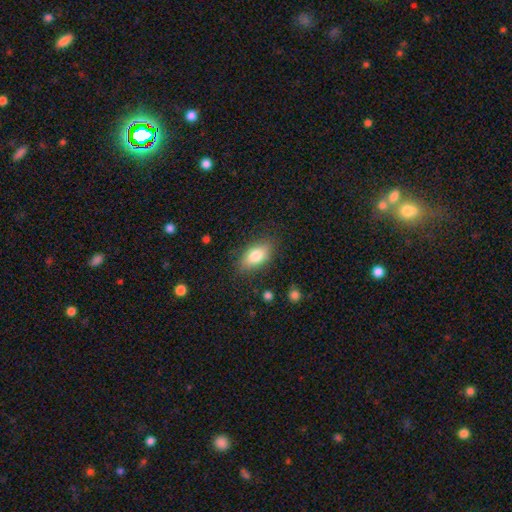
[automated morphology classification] This appears to be a smooth galaxy with no disk features (79%) that is in between round and cigar-shaped (88%). Merging: none (82%).